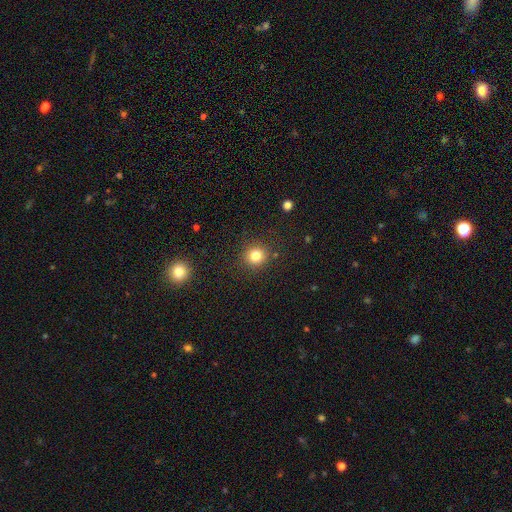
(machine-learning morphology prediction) smooth-or-featured: smooth: 81% | star or artifact: 13% | featured or disk: 6%
  how-rounded: round: 90% | in between: 9% | cigar-shaped: 1%
  merging: none: 88% | minor disturbance: 7% | major disturbance: 3% | merger: 2%